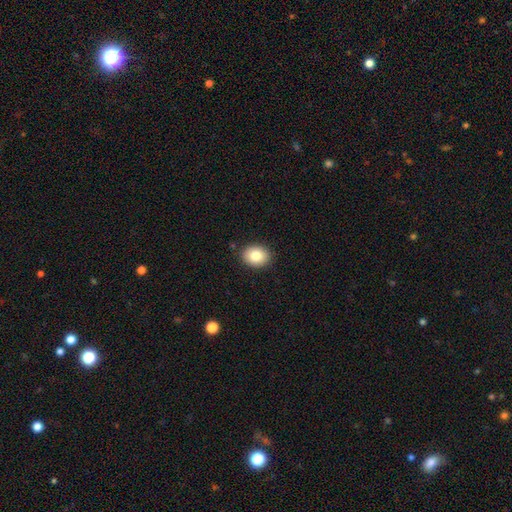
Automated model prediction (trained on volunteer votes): This appears to be a smooth galaxy with no disk features (82%) that is in between round and cigar-shaped (51%). Merging: none (89%).